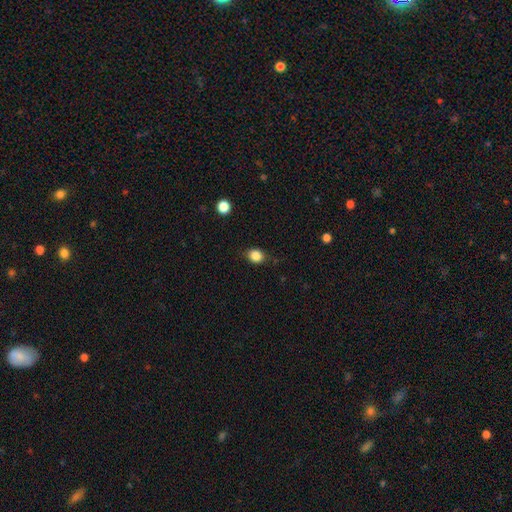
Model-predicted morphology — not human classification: smooth 85%, star or artifact 10%, featured or disk 5%. Down the decision tree: how rounded — round (57%); merging — none (78%).